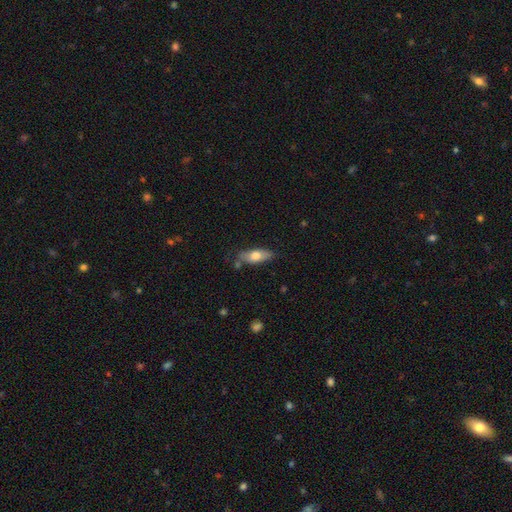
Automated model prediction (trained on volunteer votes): The model was most divided on "smooth or featured": smooth: 66%, featured or disk: 27%, star or artifact: 6%. More confident: merging — none (74%); how rounded — in between (70%).